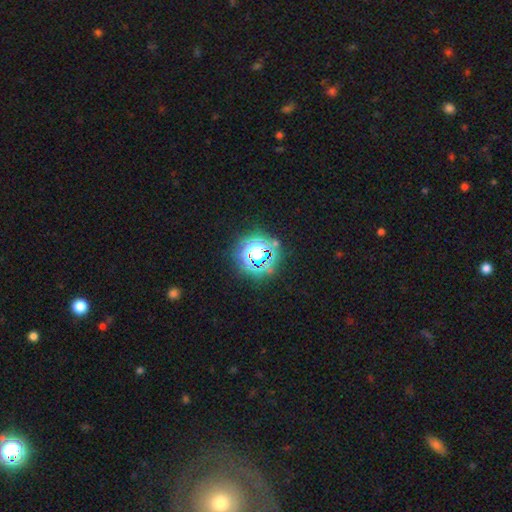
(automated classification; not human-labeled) The model was most divided on "smooth or featured": star or artifact: 65%, smooth: 23%, featured or disk: 11%.